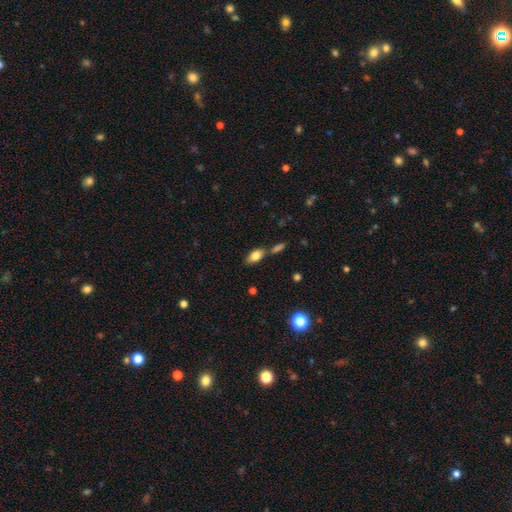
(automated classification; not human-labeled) Smooth or featured? Predicted: smooth (p=0.80). How rounded? Predicted: in between (p=0.89). Merging? Predicted: none (p=0.66).